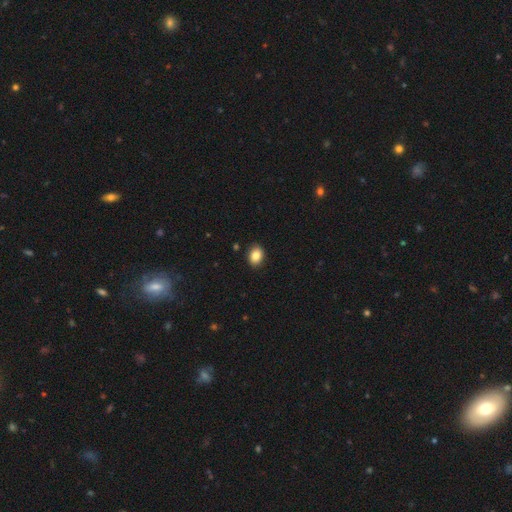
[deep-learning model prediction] Morphology: type=smooth (85%); roundness=in between (66%); merging=none (90%).